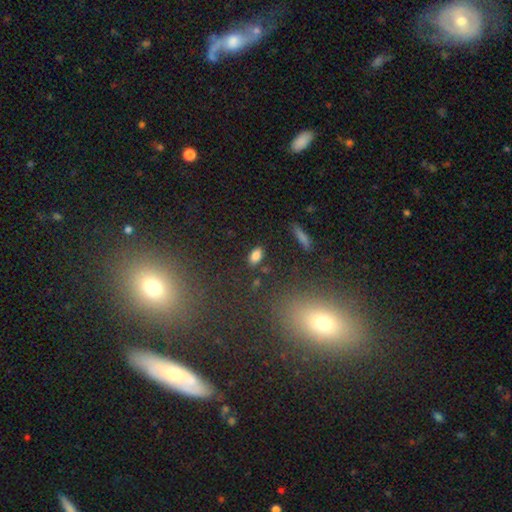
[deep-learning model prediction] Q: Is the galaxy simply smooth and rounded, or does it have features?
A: smooth — 82%.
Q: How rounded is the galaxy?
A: in between — 89%.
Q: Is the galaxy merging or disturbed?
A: none — 84%.